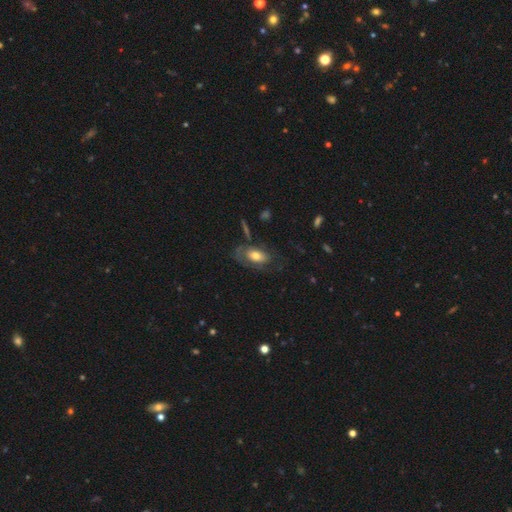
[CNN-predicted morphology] A smooth galaxy with no disk features (51%) that is in between round and cigar-shaped (89%). Merging: none (50%).